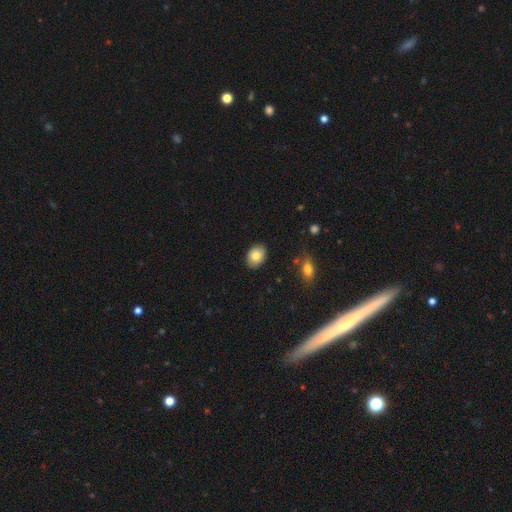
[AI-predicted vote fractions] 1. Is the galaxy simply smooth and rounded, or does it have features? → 83% smooth, 9% featured or disk, 7% star or artifact.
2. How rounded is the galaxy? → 75% in between, 24% round, 1% cigar-shaped.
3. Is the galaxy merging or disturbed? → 88% none, 8% minor disturbance, 2% major disturbance, 1% merger.